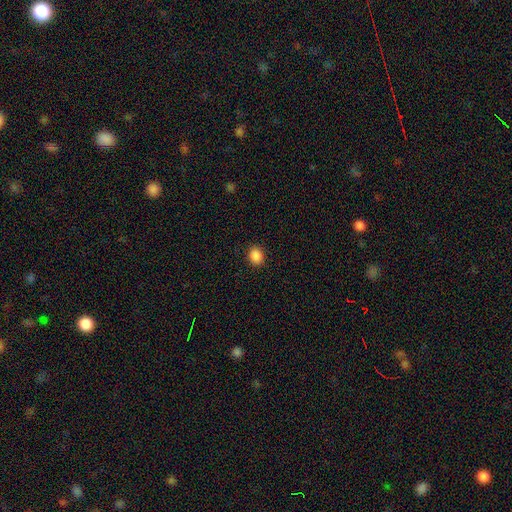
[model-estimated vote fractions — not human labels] Smooth or featured? smooth (88%)
How rounded? round (54%)
Merging? none (90%)